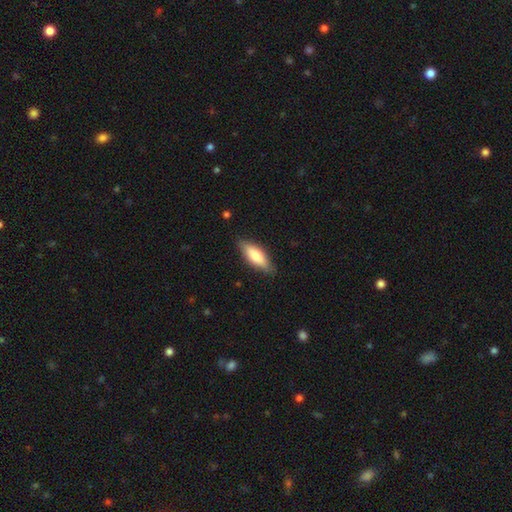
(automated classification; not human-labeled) A smooth galaxy with no disk features (71%) that is in between round and cigar-shaped (63%). Merging: none (84%).